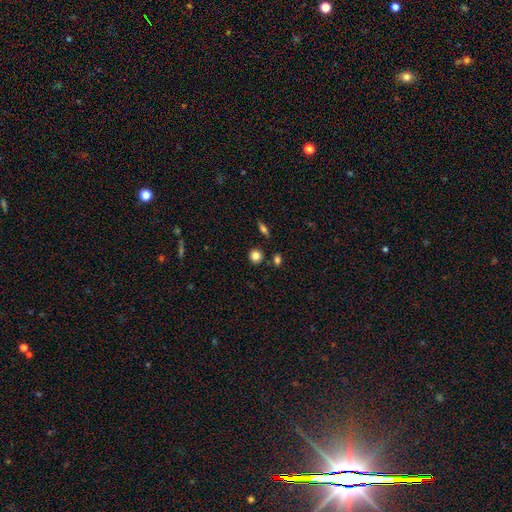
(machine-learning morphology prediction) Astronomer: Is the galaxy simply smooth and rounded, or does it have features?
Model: smooth — 82%.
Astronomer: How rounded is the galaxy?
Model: round — 89%.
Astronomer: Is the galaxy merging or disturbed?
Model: none — 85%.